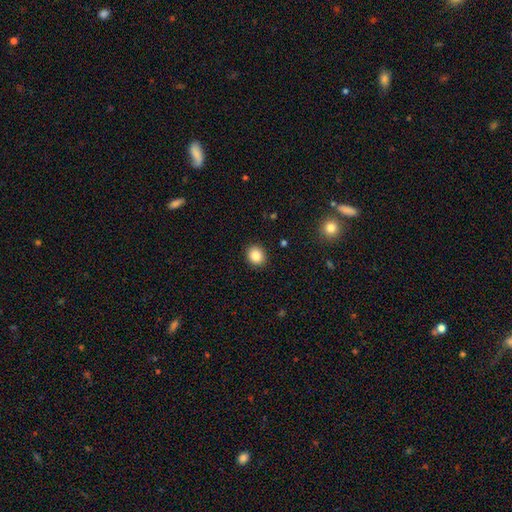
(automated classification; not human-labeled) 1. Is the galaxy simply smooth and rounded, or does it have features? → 87% smooth, 9% star or artifact, 4% featured or disk.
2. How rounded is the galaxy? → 67% round, 32% in between, 1% cigar-shaped.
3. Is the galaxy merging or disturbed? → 90% none, 7% minor disturbance, 2% major disturbance, 1% merger.